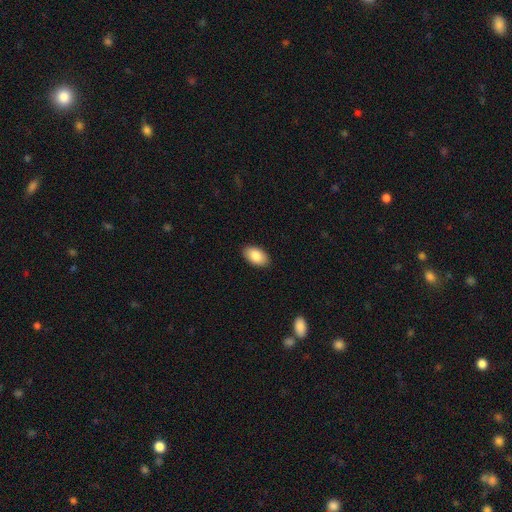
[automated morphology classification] Smooth or featured? smooth (87%)
How rounded? in between (94%)
Merging? none (89%)